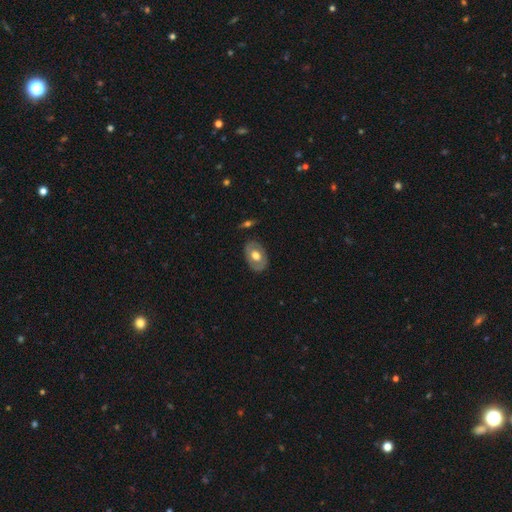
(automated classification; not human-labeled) Smooth or featured: smooth — 49% (featured or disk — 45%)
Merging: none — 82% (minor disturbance — 13%)